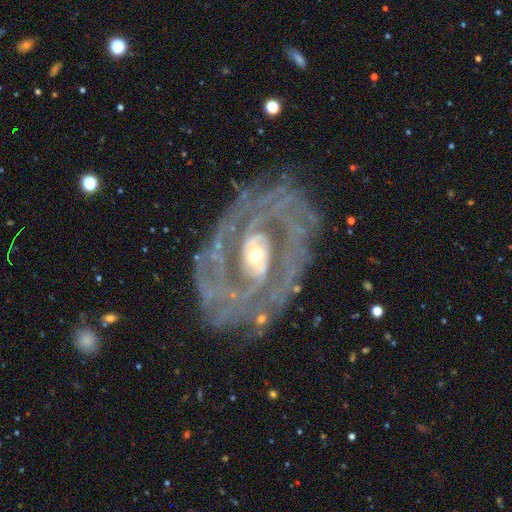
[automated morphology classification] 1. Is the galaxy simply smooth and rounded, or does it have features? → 92% featured or disk, 5% star or artifact, 4% smooth.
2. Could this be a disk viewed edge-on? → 96% no, 4% yes.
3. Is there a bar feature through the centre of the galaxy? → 40% no, 35% weak, 26% strong.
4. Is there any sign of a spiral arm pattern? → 96% yes, 4% no.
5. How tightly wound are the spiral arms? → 54% tight, 36% medium, 11% loose.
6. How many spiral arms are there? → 58% 2, 14% can't tell, 11% 3, 6% 4, 6% more than 4, 6% 1.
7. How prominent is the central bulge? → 54% moderate, 39% small, 5% large, 1% dominant, 1% none.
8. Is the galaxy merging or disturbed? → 69% none, 17% minor disturbance, 11% major disturbance, 3% merger.